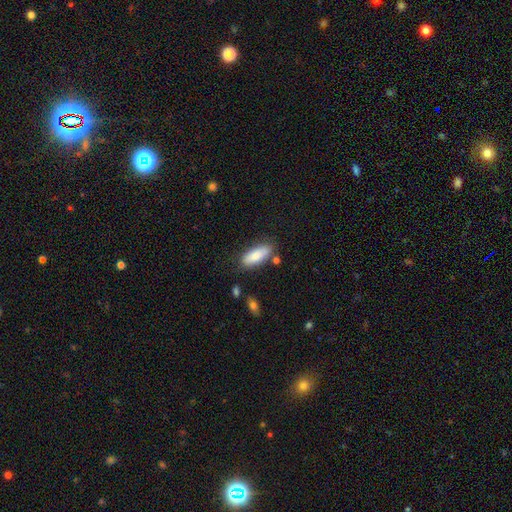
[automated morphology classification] This is clearly a smooth galaxy (80%). How rounded: likely in between (72%). Merging: likely none (77%).